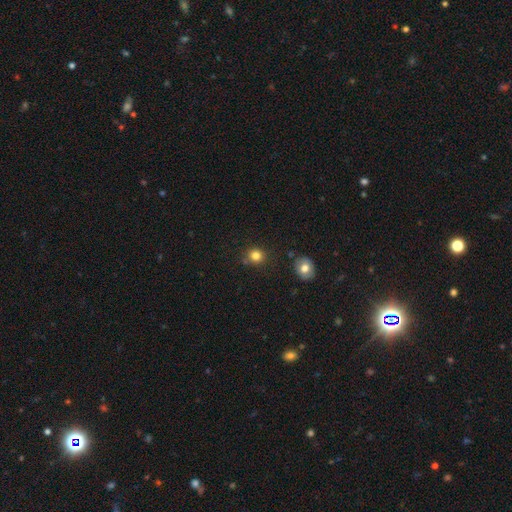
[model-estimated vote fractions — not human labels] smooth 82%, star or artifact 13%, featured or disk 6%. Down the decision tree: how rounded — round (84%); merging — none (81%).